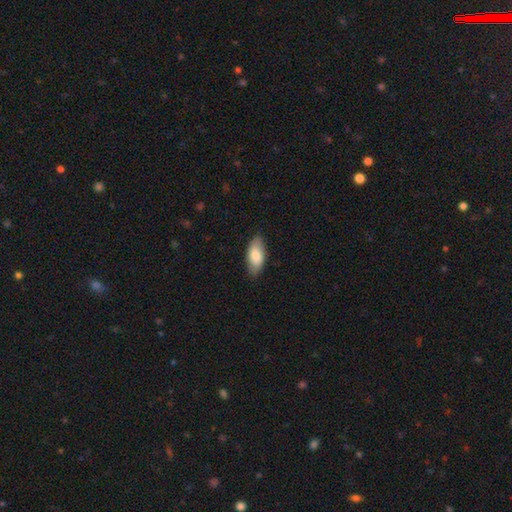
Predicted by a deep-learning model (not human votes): A smooth galaxy with no disk features (82%) that is in between round and cigar-shaped (88%). Merging: none (83%).